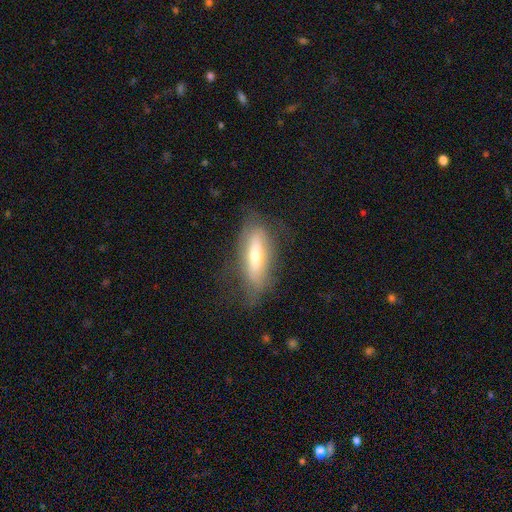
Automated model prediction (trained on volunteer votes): A featured or disk galaxy (48%). Merging: none (68%).